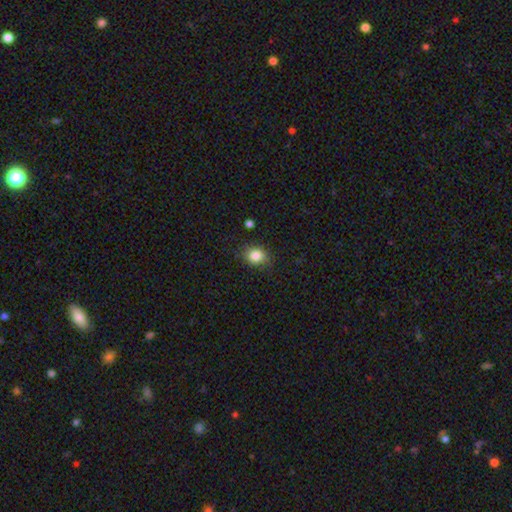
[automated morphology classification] A smooth galaxy with no disk features (83%) that is round (61%). Merging: none (81%).